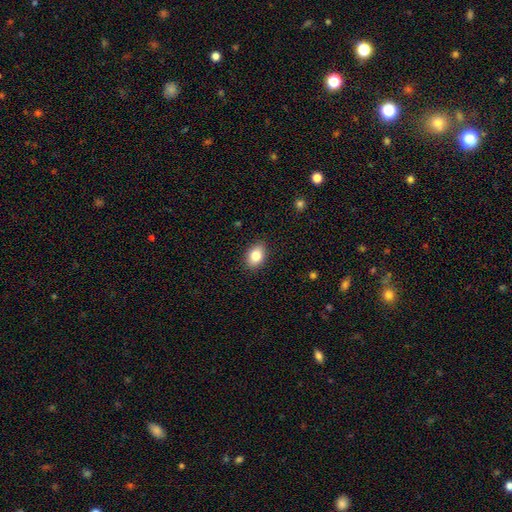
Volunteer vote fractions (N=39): Volunteers were most divided on "how rounded": in between: 74%, round: 23%, cigar-shaped: 3%. More confident: merging — none (86%); smooth or featured — smooth (79%).